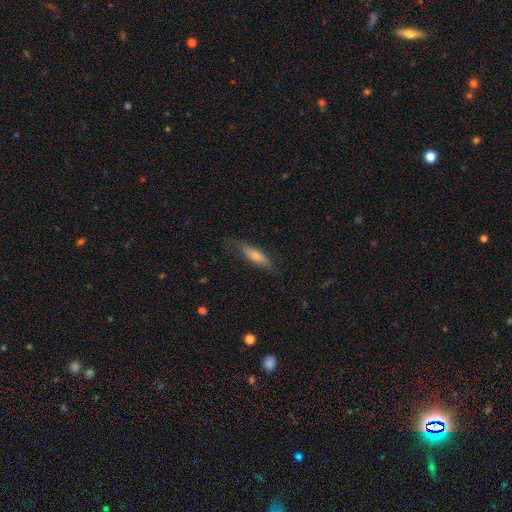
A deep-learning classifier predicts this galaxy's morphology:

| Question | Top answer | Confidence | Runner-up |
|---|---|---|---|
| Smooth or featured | smooth | 57% | featured or disk (35%) |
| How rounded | cigar-shaped | 70% | in between (28%) |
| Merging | none | 71% | minor disturbance (21%) |